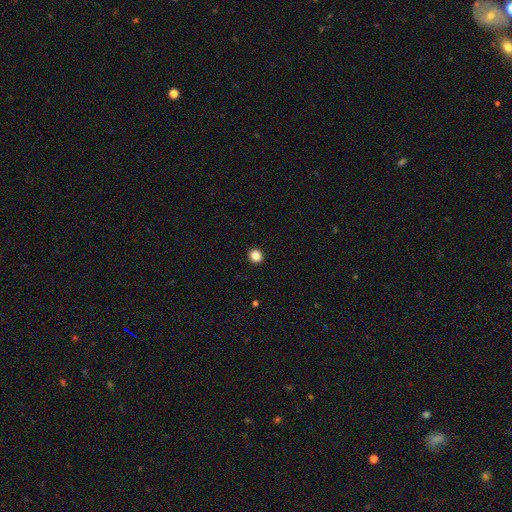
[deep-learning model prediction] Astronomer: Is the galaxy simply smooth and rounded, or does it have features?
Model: smooth — 85%.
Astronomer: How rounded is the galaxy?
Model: round — 85%.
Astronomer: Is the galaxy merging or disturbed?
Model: none — 93%.